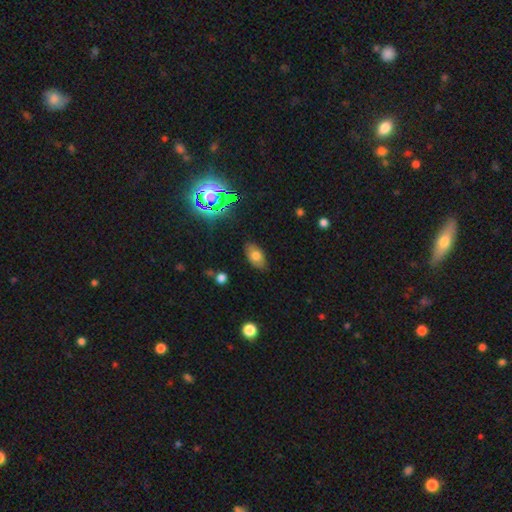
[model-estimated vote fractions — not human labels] The model was most divided on "smooth or featured": smooth: 68%, featured or disk: 17%, star or artifact: 15%. More confident: how rounded — in between (91%); merging — none (82%).